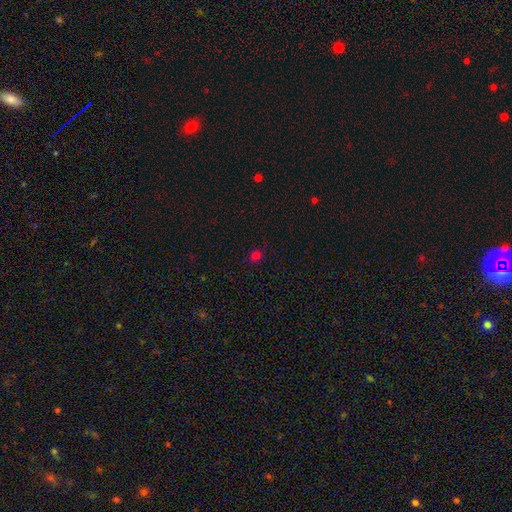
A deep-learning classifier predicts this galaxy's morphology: This is likely a smooth galaxy (75%). How rounded: clearly round (86%). Merging: clearly none (89%).